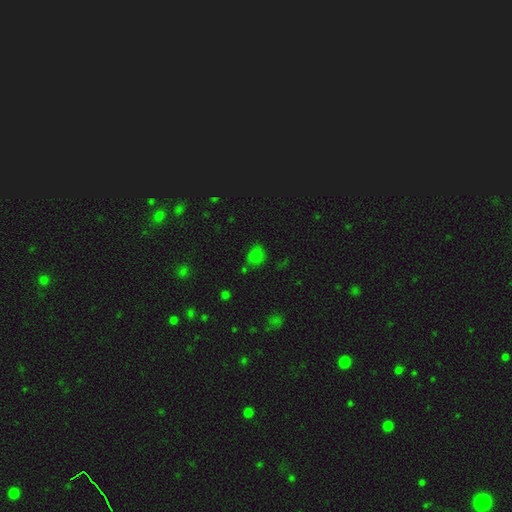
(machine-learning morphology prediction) This appears to be a smooth galaxy with no disk features (70%) that is in between round and cigar-shaped (55%). Merging: none (65%).